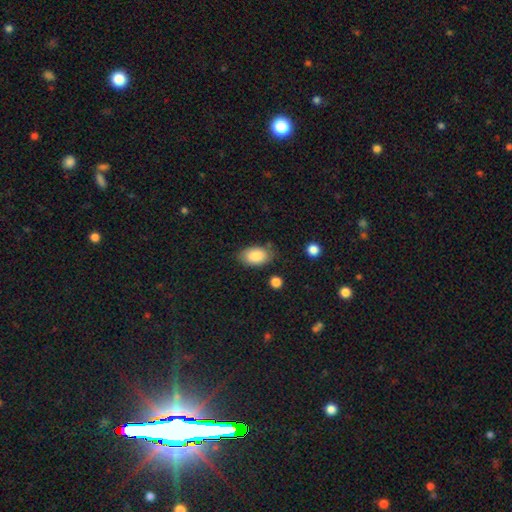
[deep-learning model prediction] This is clearly a smooth galaxy (86%). How rounded: clearly in between (93%). Merging: likely none (76%).